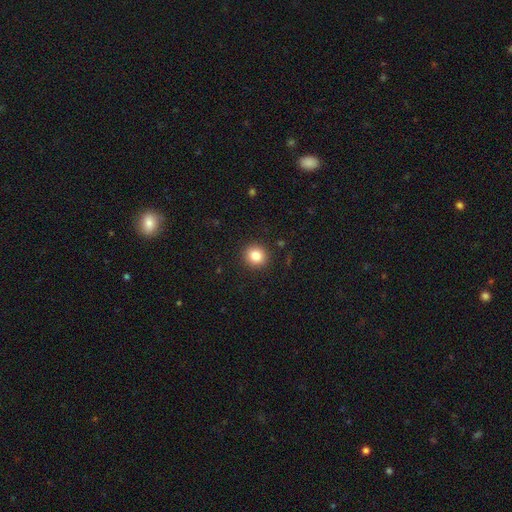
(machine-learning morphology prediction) The model was most divided on "smooth or featured": smooth: 84%, star or artifact: 10%, featured or disk: 6%. More confident: merging — none (91%); how rounded — round (89%).